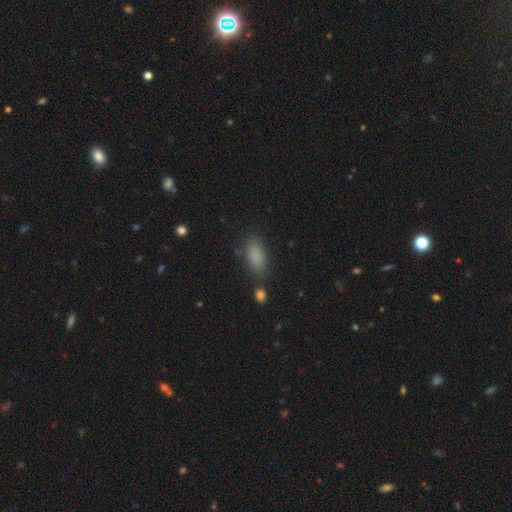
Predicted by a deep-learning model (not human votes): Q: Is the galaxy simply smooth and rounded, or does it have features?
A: smooth — 86%.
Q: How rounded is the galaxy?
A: in between — 81%.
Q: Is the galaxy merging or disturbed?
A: none — 79%.